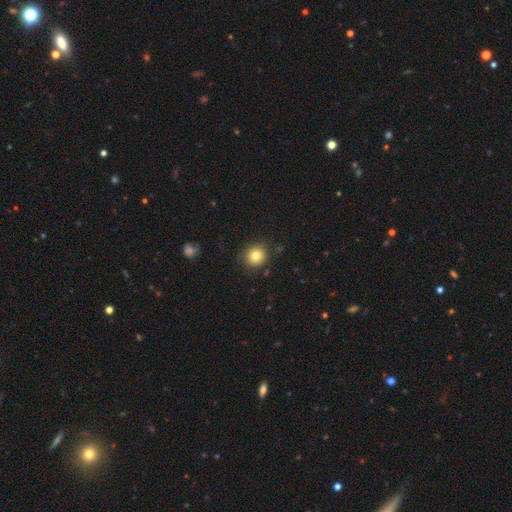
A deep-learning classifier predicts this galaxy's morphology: Smooth or featured? smooth (80%)
How rounded? round (89%)
Merging? none (87%)